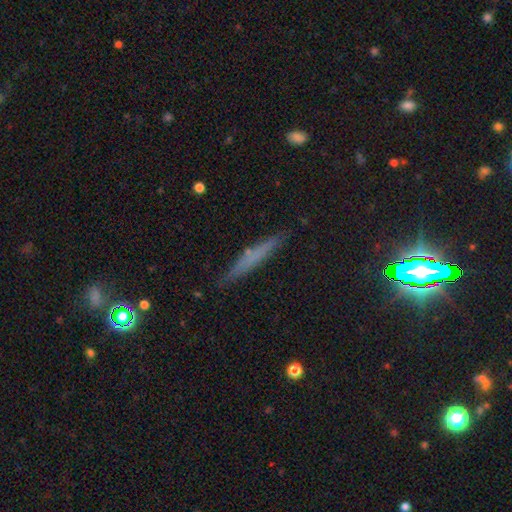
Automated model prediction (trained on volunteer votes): smooth-or-featured: smooth: 51% | featured or disk: 34% | star or artifact: 15%
  how-rounded: cigar-shaped: 93% | in between: 5% | round: 2%
  merging: none: 86% | minor disturbance: 10% | major disturbance: 2% | merger: 2%